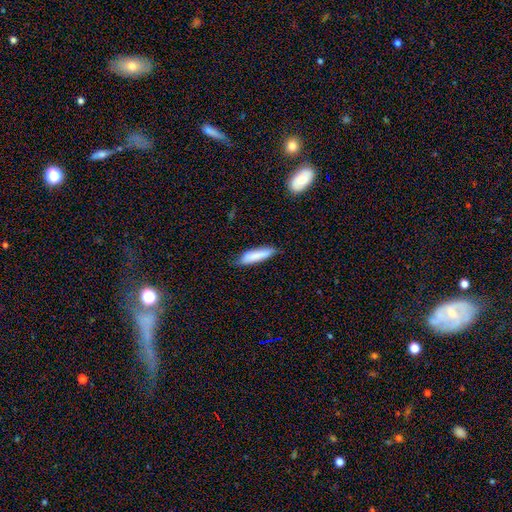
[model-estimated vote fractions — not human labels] Smooth or featured: smooth — 83% (featured or disk — 11%)
How rounded: cigar-shaped — 76% (in between — 23%)
Merging: none — 78% (minor disturbance — 18%)